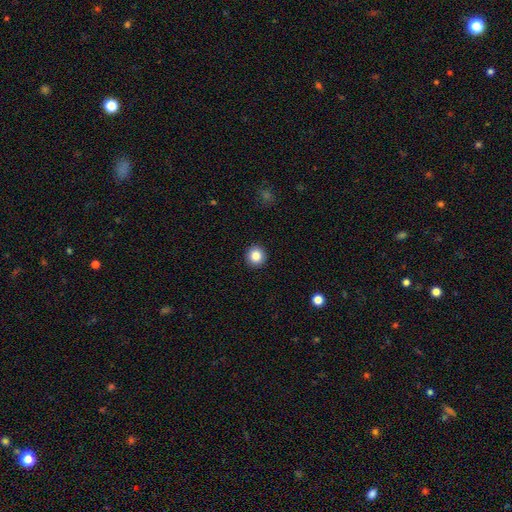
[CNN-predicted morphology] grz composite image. It shows a smooth galaxy with no disk features (85%) that is round (93%). Merging: none (93%).